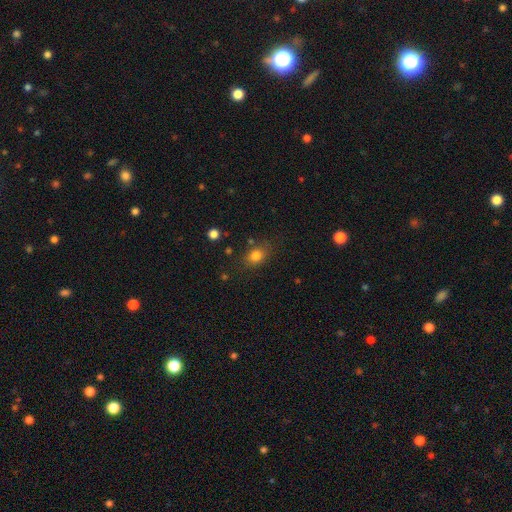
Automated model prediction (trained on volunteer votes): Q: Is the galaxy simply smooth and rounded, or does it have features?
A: smooth — 81%.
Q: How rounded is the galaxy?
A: in between — 61%.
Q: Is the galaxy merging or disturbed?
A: none — 78%.